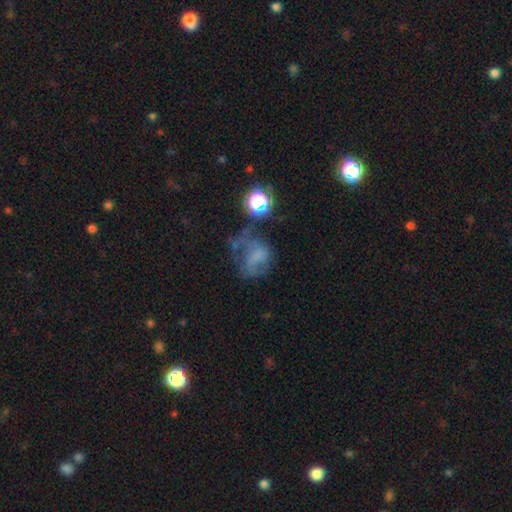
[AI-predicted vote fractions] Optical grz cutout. It shows a featured or disk galaxy (40%). Merging: major disturbance (36%).